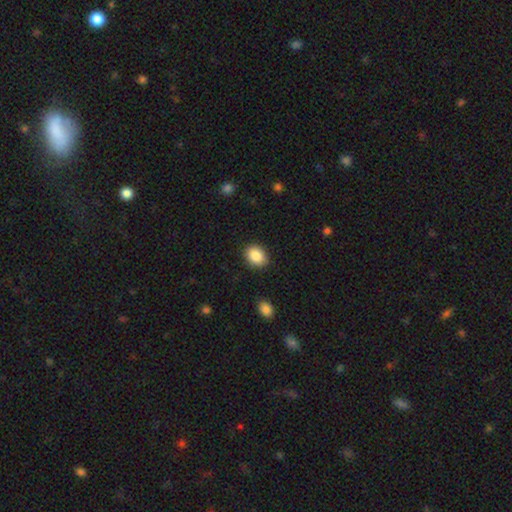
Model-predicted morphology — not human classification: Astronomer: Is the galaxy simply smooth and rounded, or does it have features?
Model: smooth — 87%.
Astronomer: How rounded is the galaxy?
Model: in between — 62% (runner-up: round, 37%).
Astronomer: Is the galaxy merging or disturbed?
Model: none — 88%.